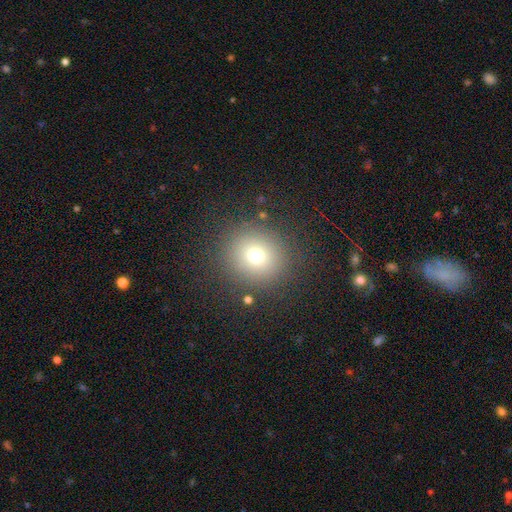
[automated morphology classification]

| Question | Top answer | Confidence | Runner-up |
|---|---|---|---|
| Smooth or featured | smooth | 71% | star or artifact (18%) |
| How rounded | round | 91% | in between (8%) |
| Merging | none | 87% | minor disturbance (7%) |